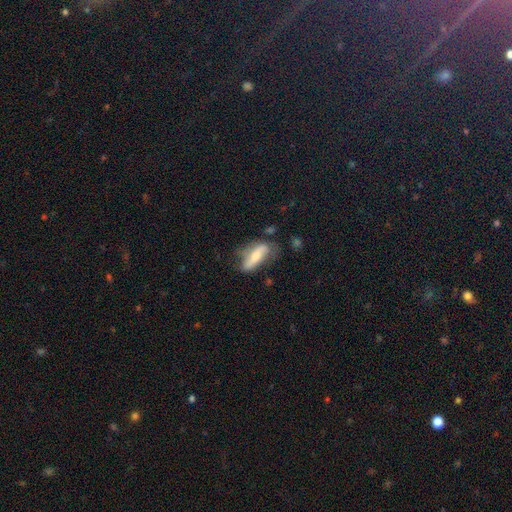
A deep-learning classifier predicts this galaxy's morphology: A smooth galaxy with no disk features (47%).

Vote fractions:
- Smooth or featured? smooth: 47% / featured or disk: 46% / star or artifact: 6%
- Merging? none: 58% / minor disturbance: 27% / major disturbance: 11% / merger: 3%